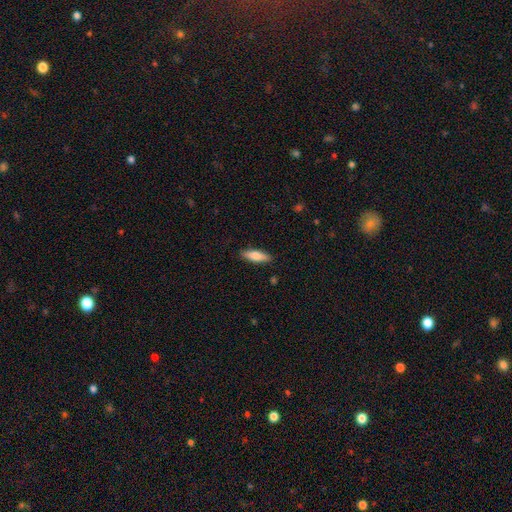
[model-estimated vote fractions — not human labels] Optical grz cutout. It shows a smooth galaxy with no disk features (79%) that is in between round and cigar-shaped (52%). Merging: none (87%).